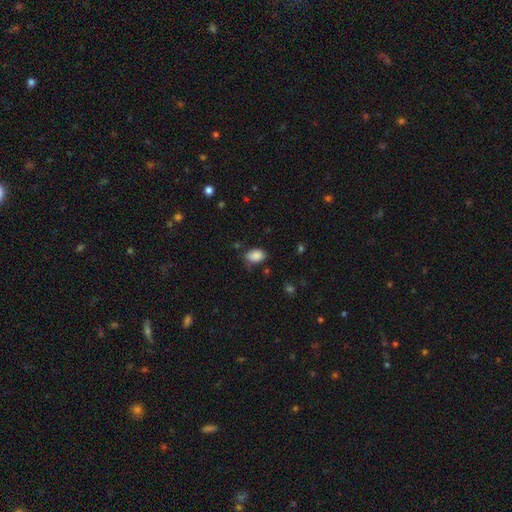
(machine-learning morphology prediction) Q: Smooth or featured?
A: smooth (86%); runner-up: star or artifact (8%)
Q: How rounded?
A: in between (86%); runner-up: round (13%)
Q: Merging?
A: none (67%); runner-up: minor disturbance (25%)